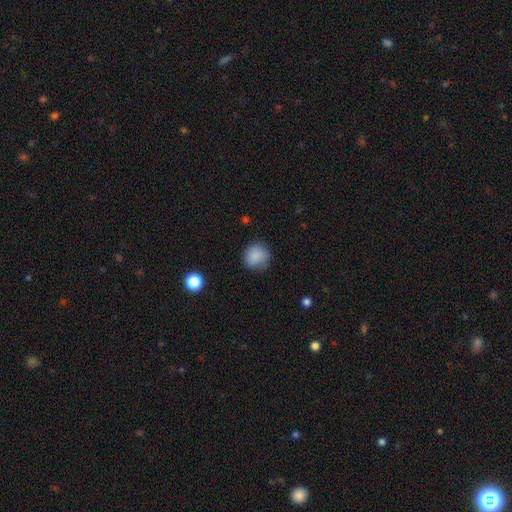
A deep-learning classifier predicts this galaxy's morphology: A smooth galaxy with no disk features (86%) that is round (85%). Merging: none (78%).